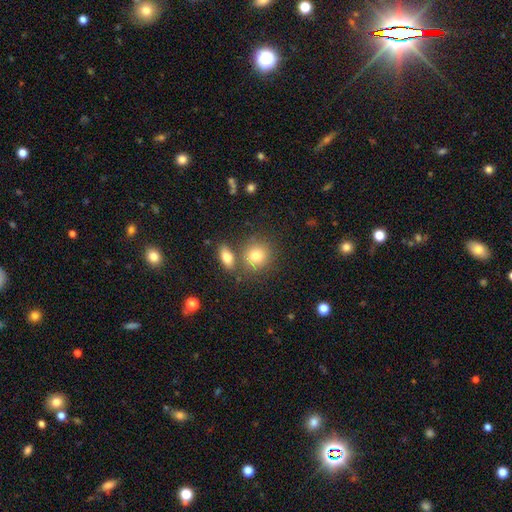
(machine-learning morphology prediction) This is likely a smooth galaxy (80%). How rounded: likely round (77%). Merging: likely none (66%).